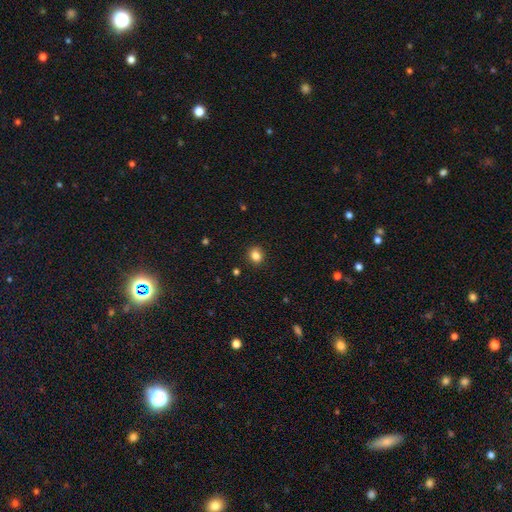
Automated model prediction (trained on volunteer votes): Overall: smooth (84%). How rounded: round (73%). Merging: none (90%).